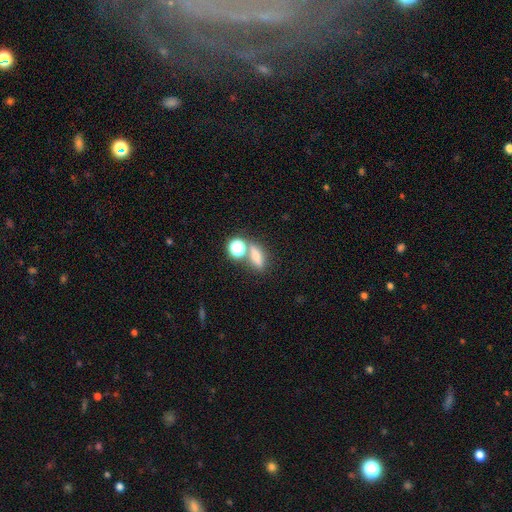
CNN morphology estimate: This is likely a smooth galaxy (65%). How rounded: marginally in between (43%). Merging: likely none (61%).